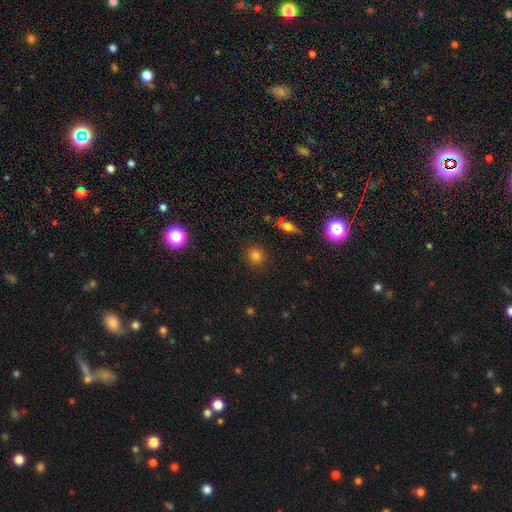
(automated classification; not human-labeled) Q: Smooth or featured?
A: smooth (80%); runner-up: star or artifact (14%)
Q: How rounded?
A: round (85%); runner-up: in between (14%)
Q: Merging?
A: none (88%); runner-up: minor disturbance (7%)